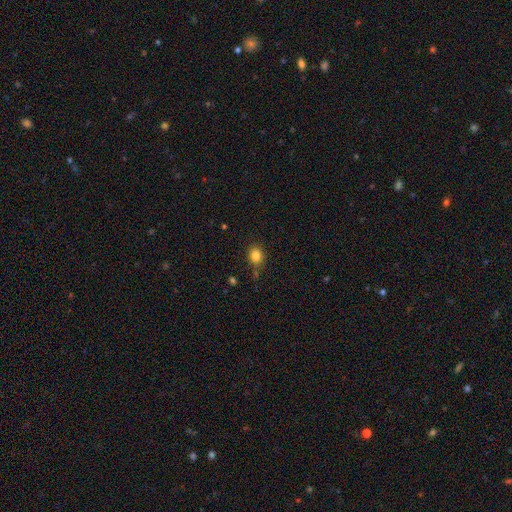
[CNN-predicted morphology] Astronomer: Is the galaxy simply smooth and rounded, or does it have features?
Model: smooth — 83%.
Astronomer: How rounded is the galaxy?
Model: round — 66%.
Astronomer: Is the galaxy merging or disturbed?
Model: none — 78%.